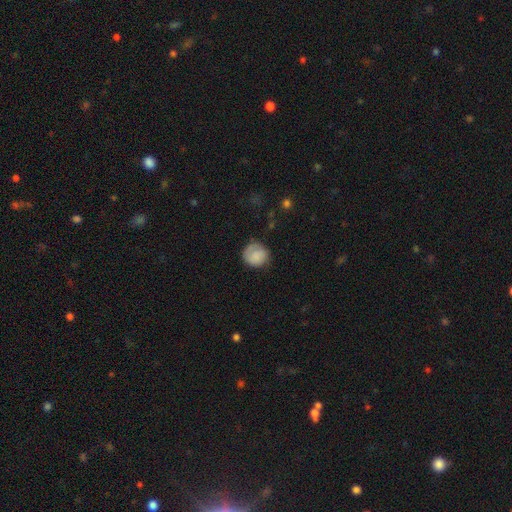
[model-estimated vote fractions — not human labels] Smooth or featured? Predicted: smooth (p=0.78). How rounded? Predicted: round (p=0.85). Merging? Predicted: none (p=0.67).